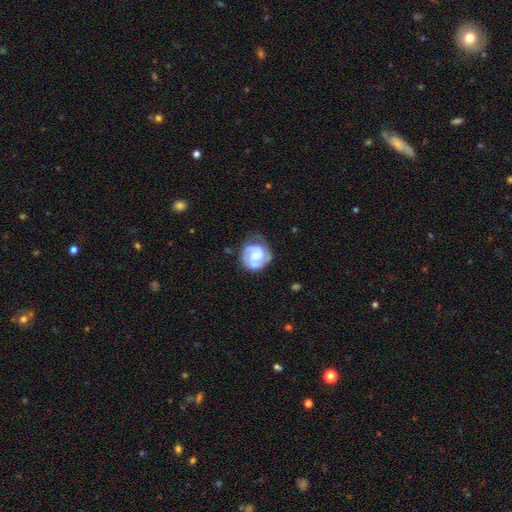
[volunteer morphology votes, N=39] This is clearly a featured or disk galaxy (82%). It is clearly not viewed edge-on (100%). Bar: possibly no (56%). Spiral arm pattern: clearly yes (94%). Spiral arm count: clearly 2 (83%). Spiral winding: possibly tight (53%). Central bulge: marginally small (41%). Merging: possibly none (59%).